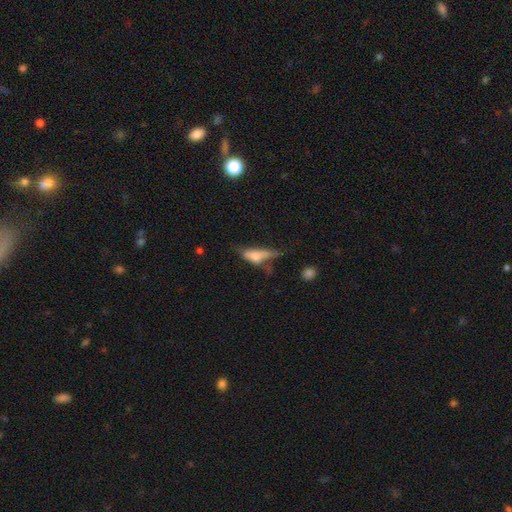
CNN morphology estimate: The model was most divided on "how rounded": in between: 49%, cigar-shaped: 47%, round: 4%. Remaining: smooth or featured — smooth (57%); merging — major disturbance (30%).